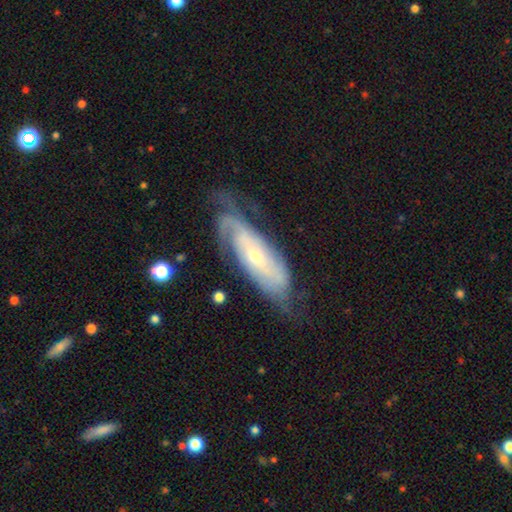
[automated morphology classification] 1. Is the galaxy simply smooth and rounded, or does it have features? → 82% featured or disk, 13% smooth, 5% star or artifact.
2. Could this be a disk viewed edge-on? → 87% no, 13% yes.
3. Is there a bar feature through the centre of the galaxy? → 64% no, 26% weak, 10% strong.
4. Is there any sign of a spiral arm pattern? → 94% yes, 6% no.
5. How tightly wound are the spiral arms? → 62% tight, 29% medium, 9% loose.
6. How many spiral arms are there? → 39% can't tell, 29% 2, 16% 3, 7% 4, 5% 1, 4% more than 4.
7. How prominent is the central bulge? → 60% small, 36% moderate, 2% large, 1% none, 1% dominant.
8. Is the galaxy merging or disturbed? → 61% none, 24% minor disturbance, 13% major disturbance, 2% merger.